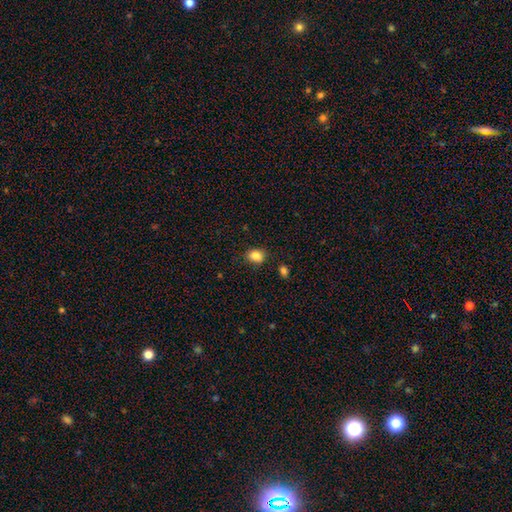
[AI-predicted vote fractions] smooth_or_featured: smooth (p=0.84) [alt: star or artifact p=0.10]
how_rounded: round (p=0.51) [alt: in between p=0.48]
merging: none (p=0.80) [alt: minor disturbance p=0.14]